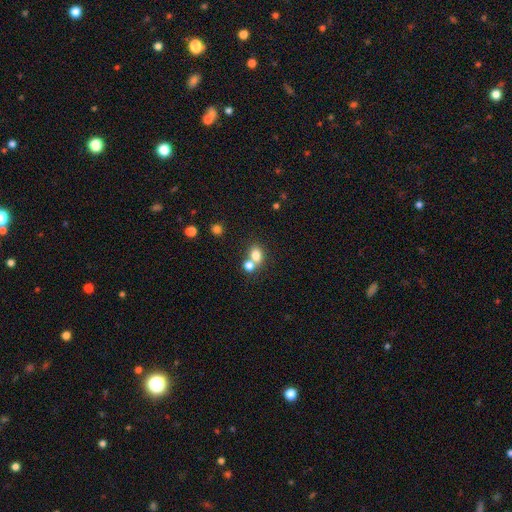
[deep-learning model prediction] A smooth galaxy with no disk features (77%) that is in between round and cigar-shaped (50%). Merging: merger (50%).